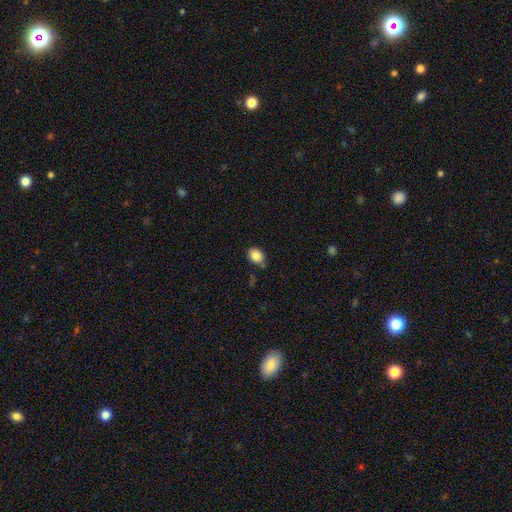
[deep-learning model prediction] smooth 86%, star or artifact 9%, featured or disk 6%. Down the decision tree: how rounded — in between (51%); merging — none (75%).